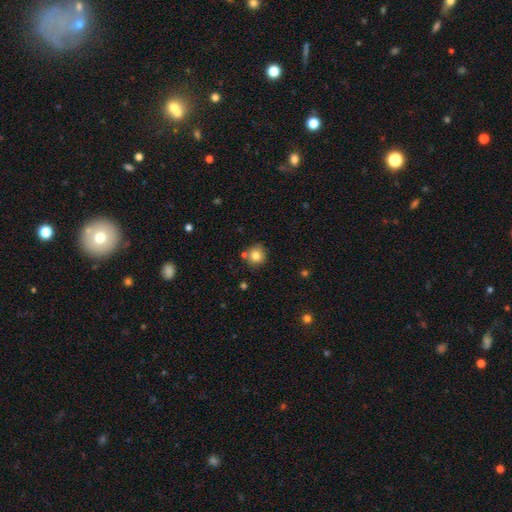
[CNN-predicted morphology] smooth-or-featured: smooth: 81% | star or artifact: 11% | featured or disk: 9%
  how-rounded: round: 91% | in between: 8% | cigar-shaped: 1%
  merging: none: 77% | minor disturbance: 10% | merger: 10% | major disturbance: 3%